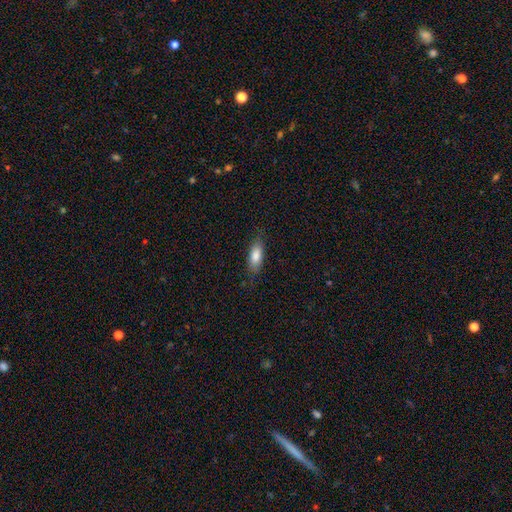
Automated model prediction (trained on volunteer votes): A smooth galaxy with no disk features (82%) that is in between round and cigar-shaped (75%).

Vote fractions:
- Smooth or featured? smooth: 82% / featured or disk: 12% / star or artifact: 6%
- How rounded? in between: 75% / cigar-shaped: 23% / round: 2%
- Merging? none: 79% / minor disturbance: 16% / major disturbance: 4% / merger: 1%